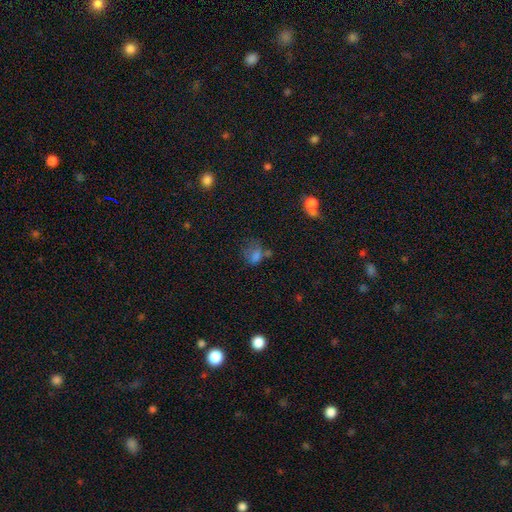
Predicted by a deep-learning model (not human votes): Q: Smooth or featured?
A: smooth (64%); runner-up: star or artifact (21%)
Q: How rounded?
A: in between (57%); runner-up: round (41%)
Q: Merging?
A: none (36%); runner-up: major disturbance (26%)